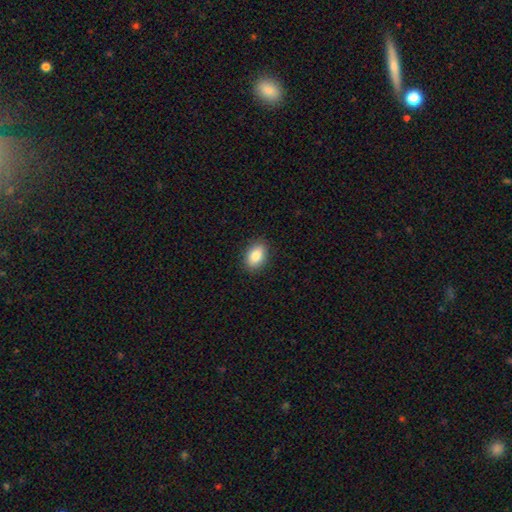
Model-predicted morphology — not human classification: smooth-or-featured: smooth: 85% | star or artifact: 8% | featured or disk: 7%
  how-rounded: in between: 85% | round: 13% | cigar-shaped: 2%
  merging: none: 89% | minor disturbance: 8% | major disturbance: 2% | merger: 1%